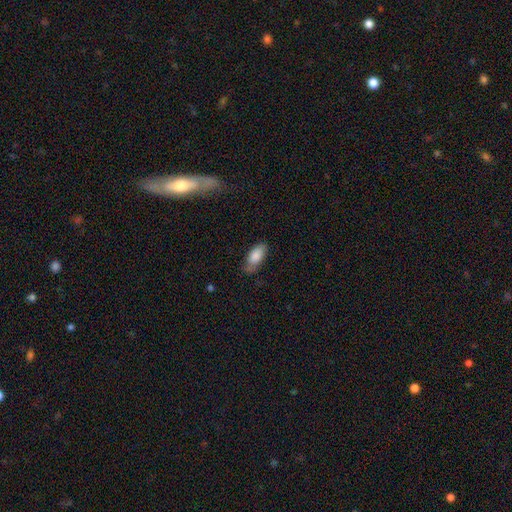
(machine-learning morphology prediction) A smooth galaxy with no disk features (83%) that is in between round and cigar-shaped (86%). Merging: none (65%).